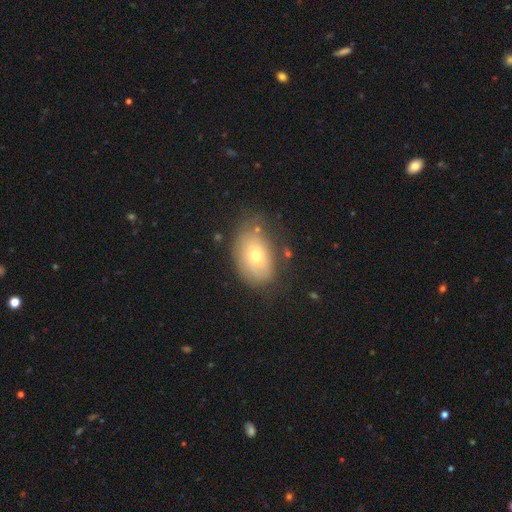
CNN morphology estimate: smooth_or_featured: smooth (p=0.64) [alt: featured or disk p=0.26]
how_rounded: in between (p=0.82) [alt: round p=0.17]
merging: none (p=0.63) [alt: minor disturbance p=0.24]